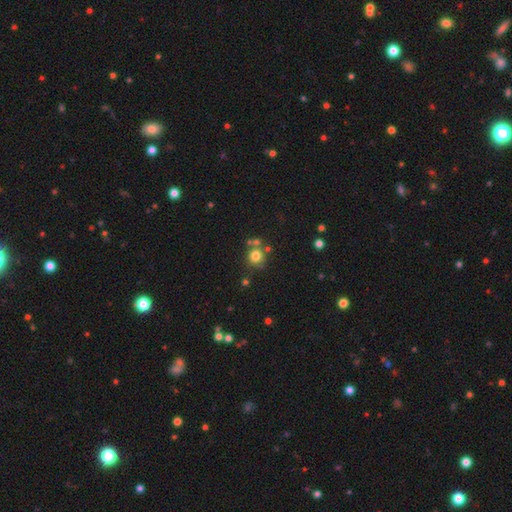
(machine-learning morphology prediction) smooth_or_featured: smooth (p=0.76) [alt: star or artifact p=0.15]
how_rounded: round (p=0.88) [alt: in between p=0.11]
merging: none (p=0.65) [alt: merger p=0.20]